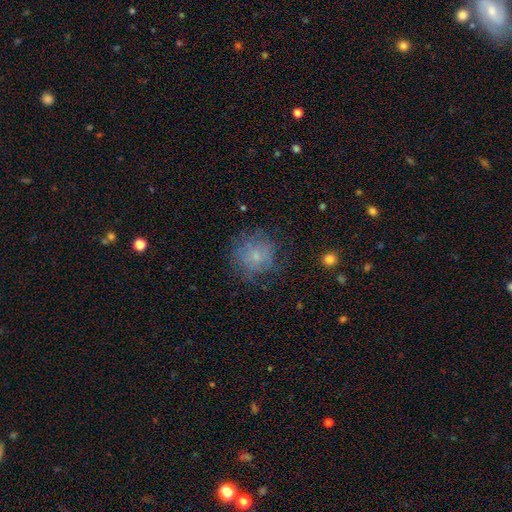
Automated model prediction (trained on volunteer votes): This is possibly a smooth galaxy (55%). How rounded: clearly round (88%). Merging: likely none (68%).